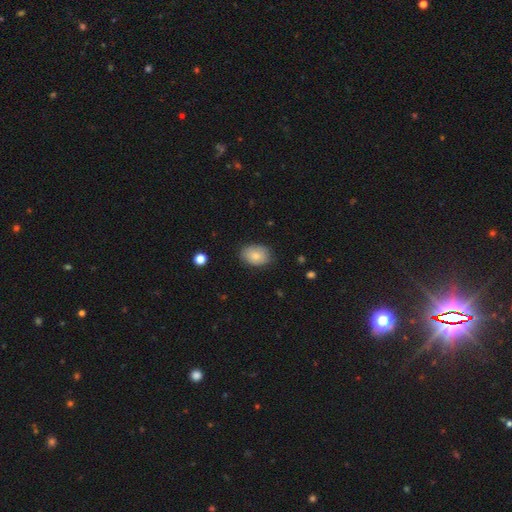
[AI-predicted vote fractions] This is clearly a smooth galaxy (82%). How rounded: likely in between (76%). Merging: clearly none (81%).